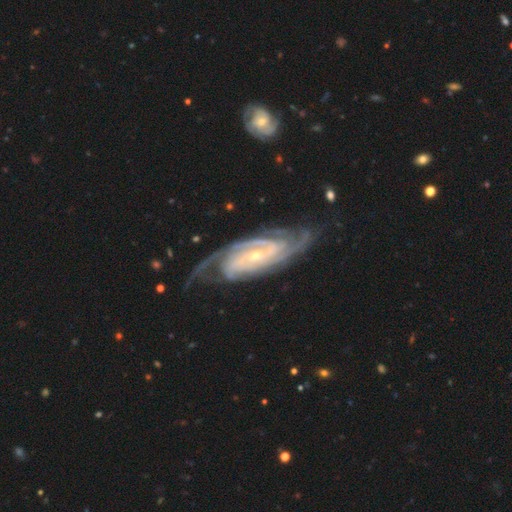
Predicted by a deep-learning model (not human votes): smooth-or-featured: featured or disk: 92% | star or artifact: 5% | smooth: 4%
  disk-edge-on: no: 94% | yes: 6%
    bar: no: 41% | weak: 35% | strong: 24%
    has-spiral-arms: yes: 98% | no: 2%
      spiral-winding: tight: 67% | medium: 28% | loose: 5%
      spiral-arm-count: 2: 35% | 3: 23% | can't tell: 16% | 4: 14% | more than 4: 7% | 1: 6%
    bulge-size: small: 75% | moderate: 21% | none: 2% | large: 1% | dominant: 1%
  merging: none: 71% | minor disturbance: 18% | major disturbance: 9% | merger: 2%